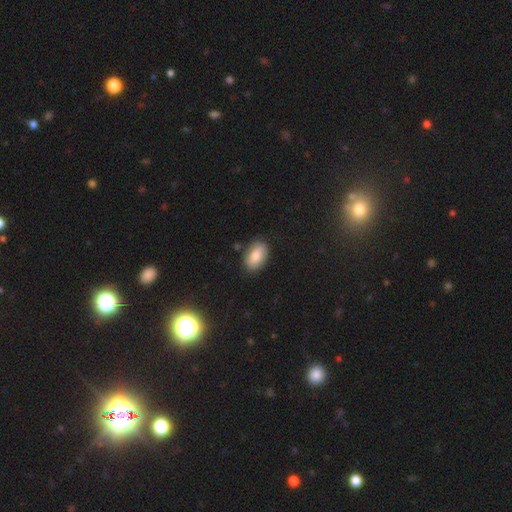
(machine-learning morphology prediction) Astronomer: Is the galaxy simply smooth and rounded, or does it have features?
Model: smooth — 82%.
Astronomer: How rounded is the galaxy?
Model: in between — 90%.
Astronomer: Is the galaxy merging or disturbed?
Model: none — 83%.